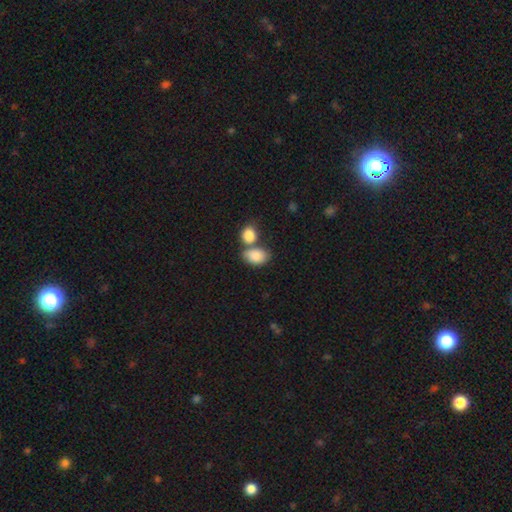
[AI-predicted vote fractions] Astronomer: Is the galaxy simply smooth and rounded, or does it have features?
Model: smooth — 87%.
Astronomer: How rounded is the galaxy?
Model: in between — 82%.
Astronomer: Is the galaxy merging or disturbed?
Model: merger — 47% (runner-up: none, 37%).